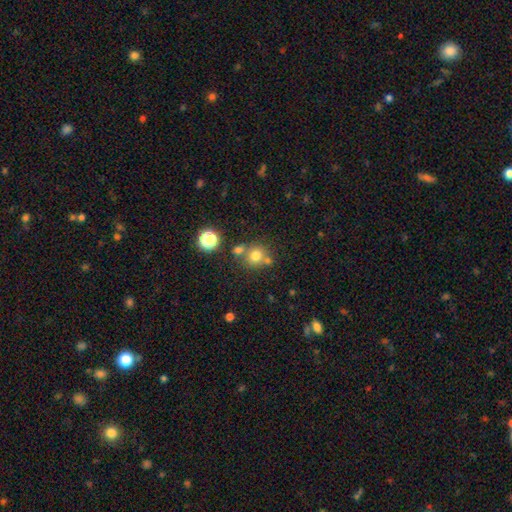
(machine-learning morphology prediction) smooth-or-featured: smooth: 74% | star or artifact: 17% | featured or disk: 10%
  how-rounded: round: 87% | in between: 12% | cigar-shaped: 1%
  merging: none: 64% | merger: 23% | minor disturbance: 9% | major disturbance: 4%